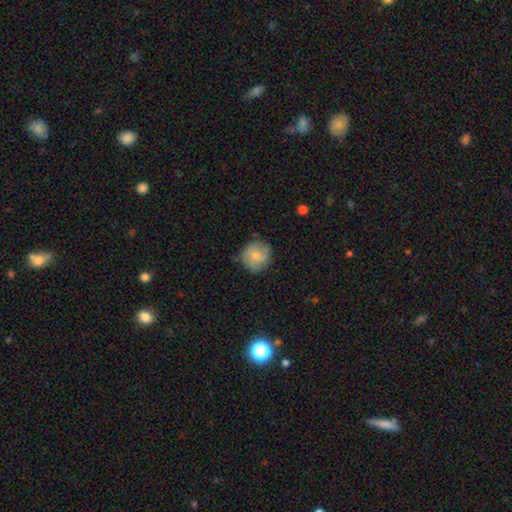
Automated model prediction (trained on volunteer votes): This is likely a smooth galaxy (67%). How rounded: clearly round (91%). Merging: likely none (72%).